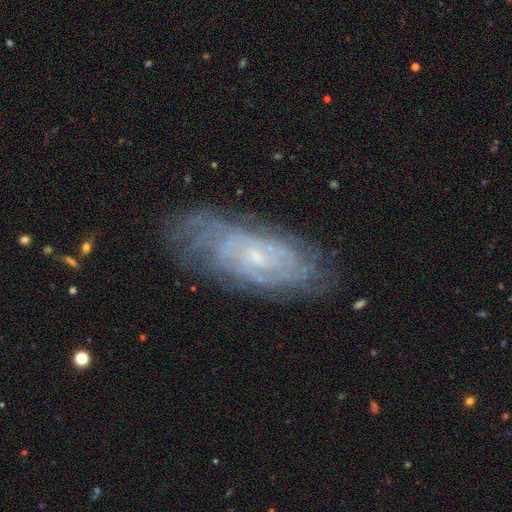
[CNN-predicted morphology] Smooth or featured? Predicted: featured or disk (p=0.80). Edge-on disk? Predicted: no (p=0.91). Bar? Predicted: no (p=0.59). Spiral arms? Predicted: yes (p=0.93). Spiral winding? Predicted: tight (p=0.74). Spiral arm count? Predicted: can't tell (p=0.50). Bulge size? Predicted: small (p=0.75). Merging? Predicted: none (p=0.74).